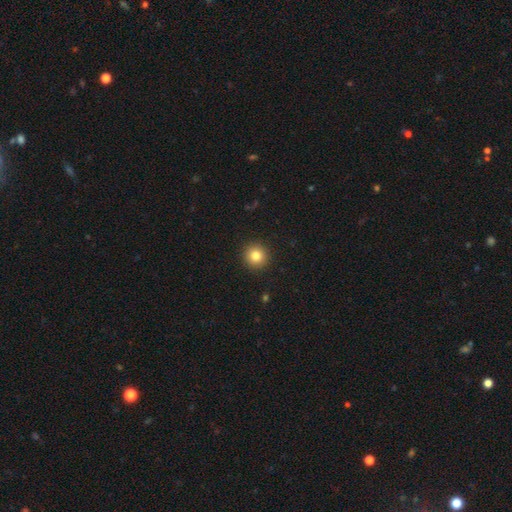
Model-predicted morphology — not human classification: smooth-or-featured: smooth: 83% | star or artifact: 11% | featured or disk: 6%
  how-rounded: round: 95% | in between: 4% | cigar-shaped: 1%
  merging: none: 93% | minor disturbance: 5% | major disturbance: 2% | merger: 1%